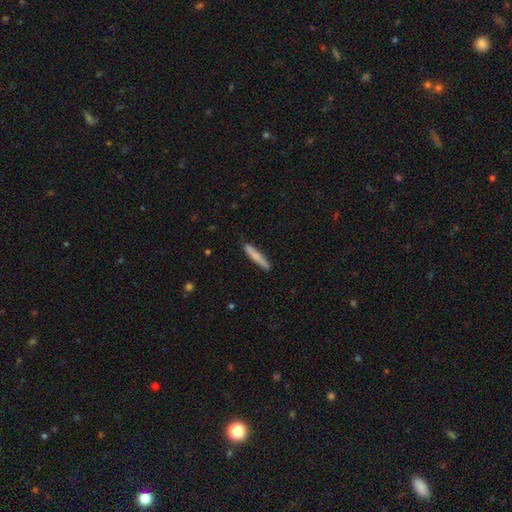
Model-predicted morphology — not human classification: This appears to be a smooth galaxy with no disk features (76%) that is cigar-shaped (93%). Merging: none (86%).